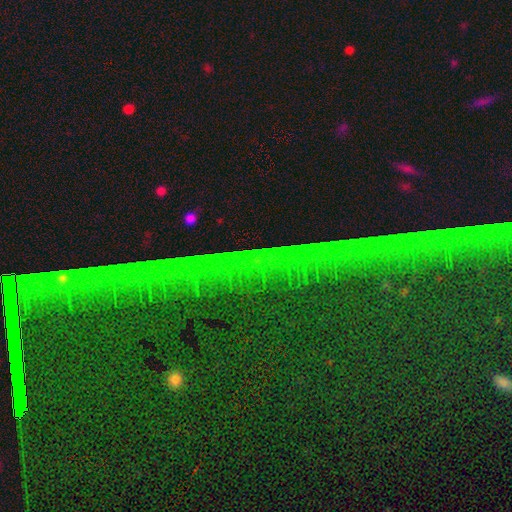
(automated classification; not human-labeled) smooth-or-featured: star or artifact: 86% | featured or disk: 8% | smooth: 7%